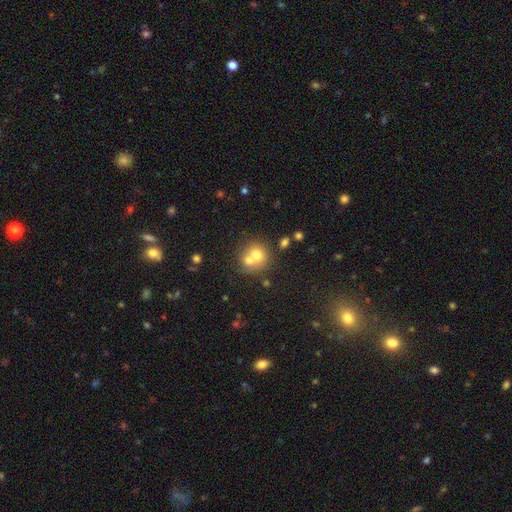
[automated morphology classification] This is likely a smooth galaxy (66%). How rounded: clearly round (81%). Merging: possibly merger (57%).